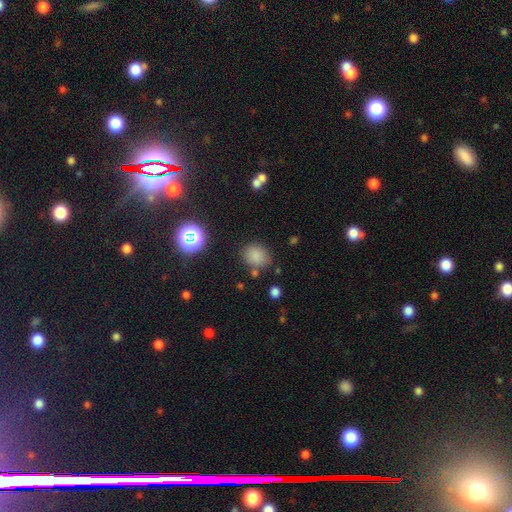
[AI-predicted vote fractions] Morphology: type=smooth (79%); roundness=round (62%); merging=none (76%).